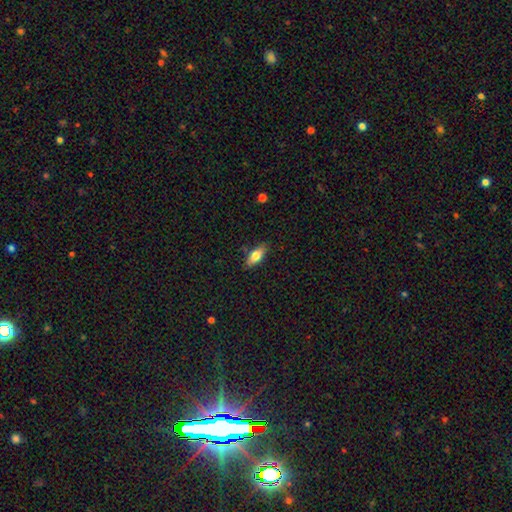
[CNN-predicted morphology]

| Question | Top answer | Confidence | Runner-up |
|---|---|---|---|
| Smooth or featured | smooth | 73% | featured or disk (20%) |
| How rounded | in between | 79% | cigar-shaped (18%) |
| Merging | none | 83% | minor disturbance (13%) |